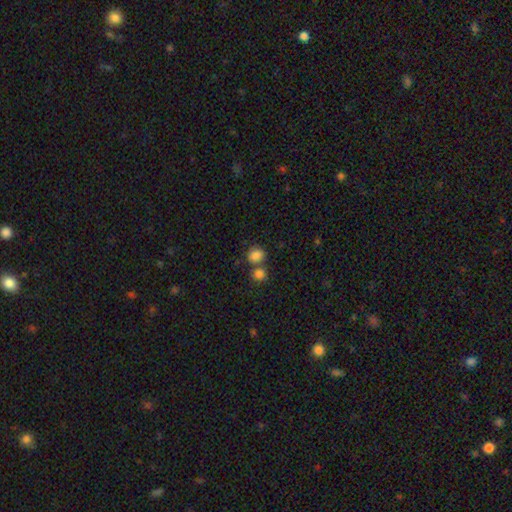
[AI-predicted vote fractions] This appears to be a smooth galaxy with no disk features (85%) that is round (68%). Merging: none (53%).